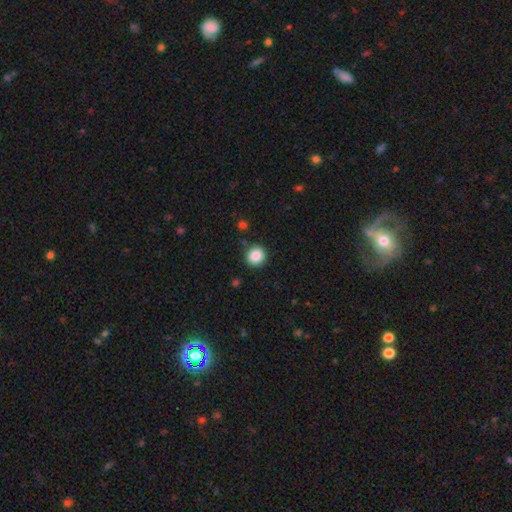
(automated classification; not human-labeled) smooth_or_featured: smooth (p=0.87) [alt: star or artifact p=0.09]
how_rounded: round (p=0.89) [alt: in between p=0.10]
merging: none (p=0.88) [alt: minor disturbance p=0.08]